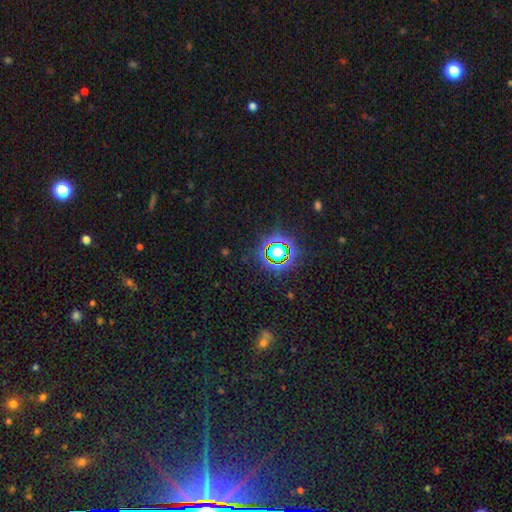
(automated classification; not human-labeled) A star or artifact, not a galaxy (80%).